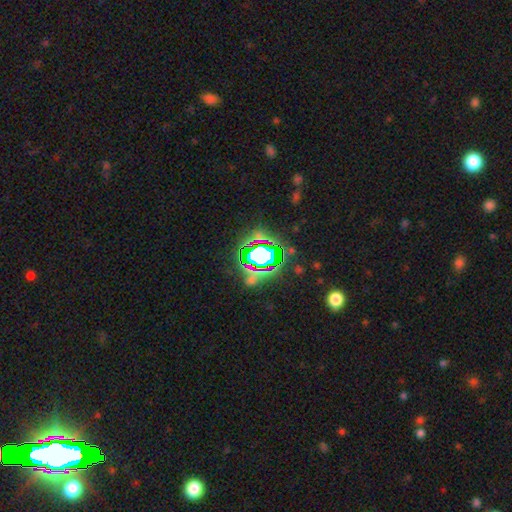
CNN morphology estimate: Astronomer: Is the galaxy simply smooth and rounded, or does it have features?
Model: star or artifact — 67%.